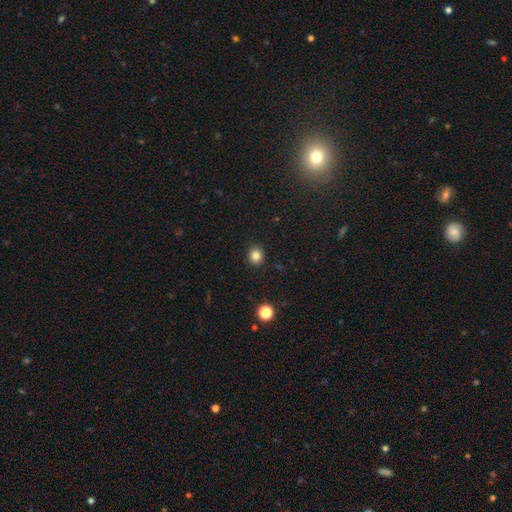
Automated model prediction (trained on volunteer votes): smooth-or-featured: smooth: 83% | star or artifact: 11% | featured or disk: 5%
  how-rounded: round: 77% | in between: 22% | cigar-shaped: 1%
  merging: none: 91% | minor disturbance: 6% | major disturbance: 2% | merger: 1%